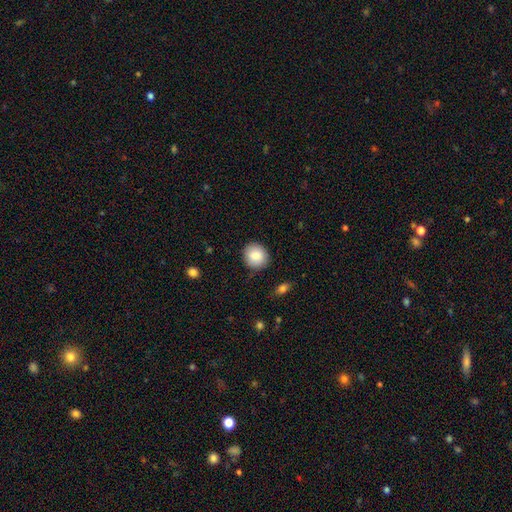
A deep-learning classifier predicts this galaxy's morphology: smooth_or_featured: smooth (p=0.87) [alt: star or artifact p=0.07]
how_rounded: round (p=0.88) [alt: in between p=0.11]
merging: none (p=0.88) [alt: minor disturbance p=0.08]